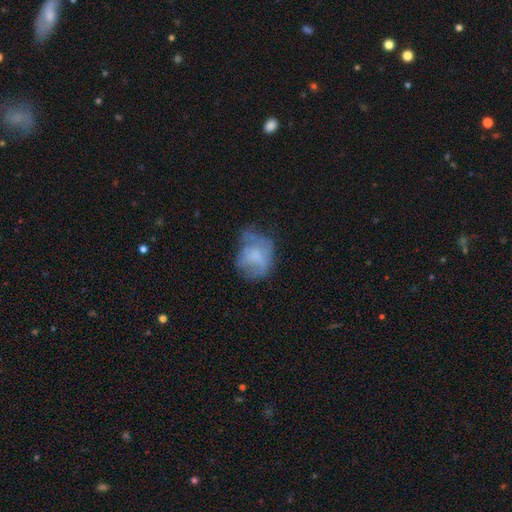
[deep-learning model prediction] smooth-or-featured: smooth: 52% | featured or disk: 37% | star or artifact: 11%
  how-rounded: in between: 56% | round: 43% | cigar-shaped: 1%
  merging: none: 38% | minor disturbance: 31% | major disturbance: 28% | merger: 4%